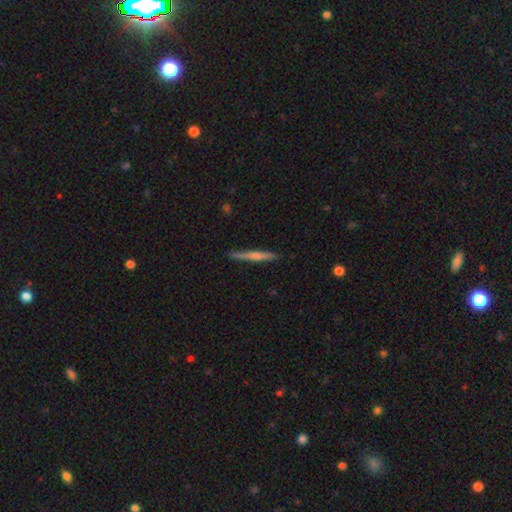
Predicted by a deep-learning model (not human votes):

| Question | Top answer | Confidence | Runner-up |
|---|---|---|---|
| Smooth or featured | featured or disk | 52% | smooth (42%) |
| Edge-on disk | yes | 97% | no (3%) |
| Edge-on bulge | rounded | 58% | none (34%) |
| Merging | none | 90% | minor disturbance (8%) |